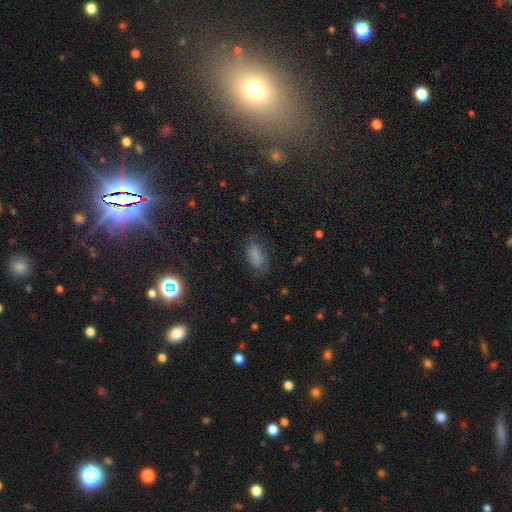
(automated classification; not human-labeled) A smooth galaxy with no disk features (76%) that is in between round and cigar-shaped (87%).

Vote fractions:
- Smooth or featured? smooth: 76% / star or artifact: 14% / featured or disk: 10%
- How rounded? in between: 87% / cigar-shaped: 8% / round: 5%
- Merging? none: 70% / minor disturbance: 21% / major disturbance: 8% / merger: 2%